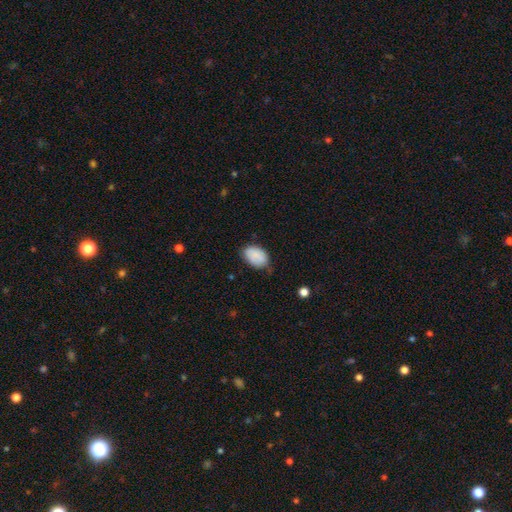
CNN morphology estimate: smooth_or_featured: smooth (p=0.89) [alt: star or artifact p=0.07]
how_rounded: in between (p=0.88) [alt: round p=0.11]
merging: none (p=0.69) [alt: minor disturbance p=0.25]